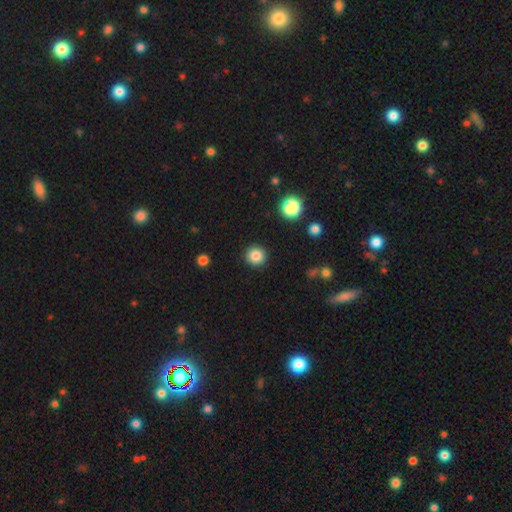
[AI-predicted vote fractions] smooth_or_featured: smooth (p=0.84) [alt: star or artifact p=0.10]
how_rounded: round (p=0.94) [alt: in between p=0.05]
merging: none (p=0.91) [alt: minor disturbance p=0.05]